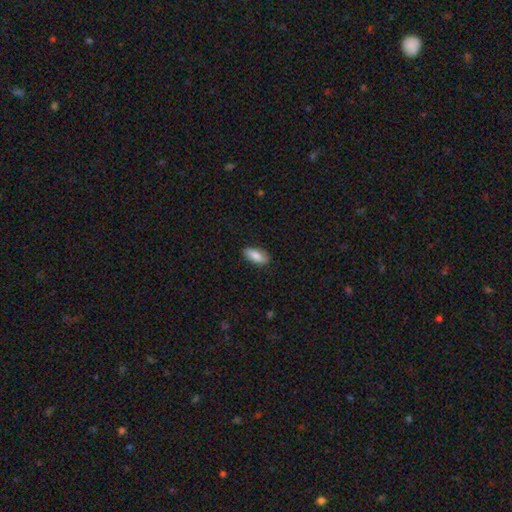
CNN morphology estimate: The model was most divided on "merging": none: 81%, minor disturbance: 15%, major disturbance: 3%, merger: 1%. More confident: how rounded — in between (85%); smooth or featured — smooth (80%).